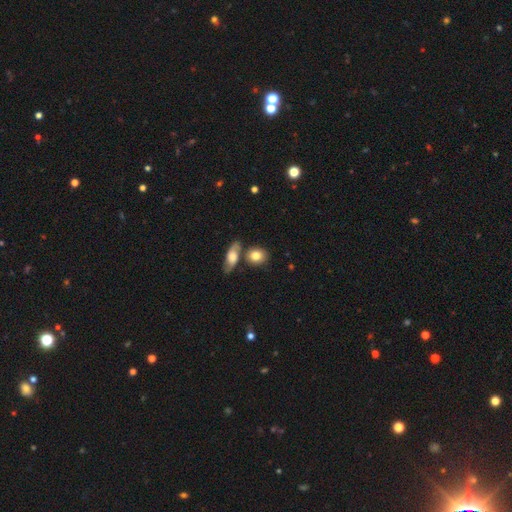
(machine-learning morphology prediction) Smooth or featured? smooth (80%)
How rounded? round (51%)
Merging? none (66%)